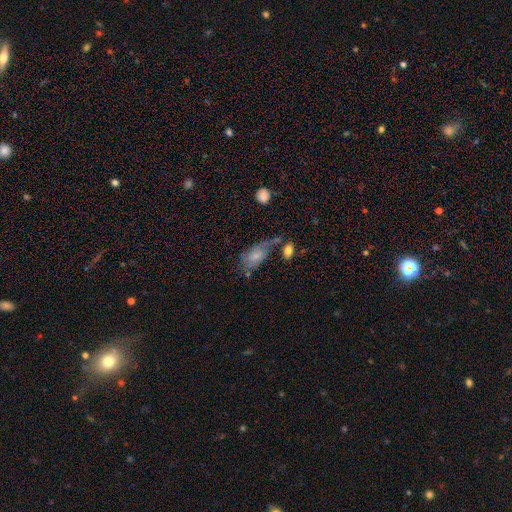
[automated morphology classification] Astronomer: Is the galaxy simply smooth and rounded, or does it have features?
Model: smooth — 50% (runner-up: featured or disk, 41%).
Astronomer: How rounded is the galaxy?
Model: in between — 89%.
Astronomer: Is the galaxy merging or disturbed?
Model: none — 33% (runner-up: major disturbance, 26%).